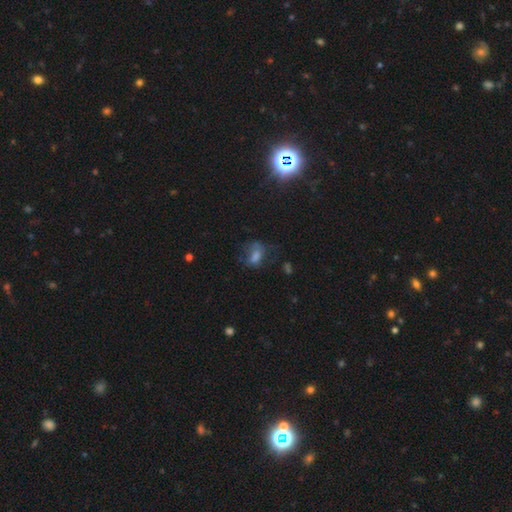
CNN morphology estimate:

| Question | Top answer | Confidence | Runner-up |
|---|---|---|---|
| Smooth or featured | smooth | 42% | star or artifact (32%) |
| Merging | none | 49% | major disturbance (25%) |